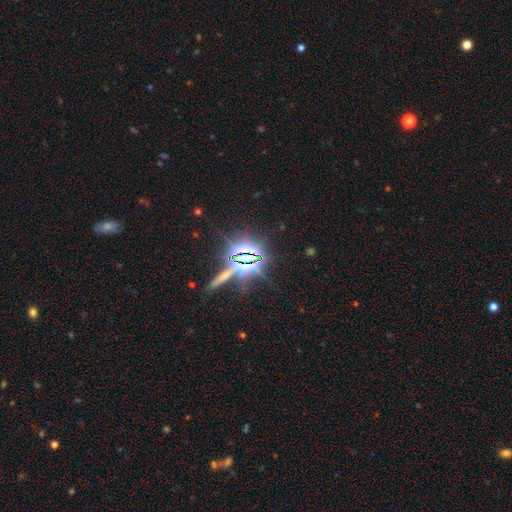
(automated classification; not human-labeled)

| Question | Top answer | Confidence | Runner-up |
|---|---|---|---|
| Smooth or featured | star or artifact | 82% | featured or disk (10%) |